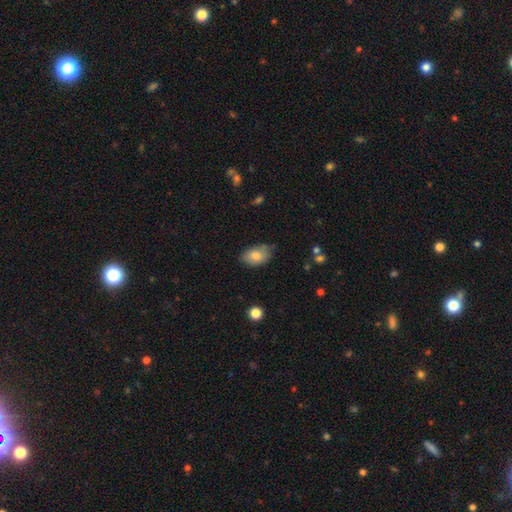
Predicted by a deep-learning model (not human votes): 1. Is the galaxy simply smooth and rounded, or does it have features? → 79% smooth, 14% featured or disk, 7% star or artifact.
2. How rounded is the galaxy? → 89% in between, 10% round, 1% cigar-shaped.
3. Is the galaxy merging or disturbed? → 68% none, 25% minor disturbance, 4% major disturbance, 3% merger.